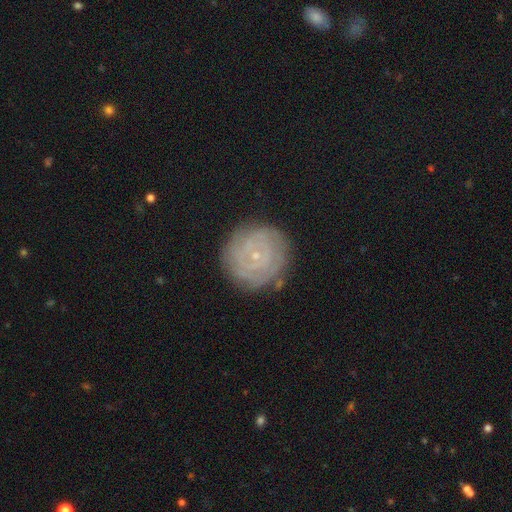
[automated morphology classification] type=featured or disk (75%); edge-on=no (97%); bar=no (74%); spiral arms=yes (92%); winding=tight (84%); arm count=can't tell (38%); bulge=small (87%); merging=none (84%).